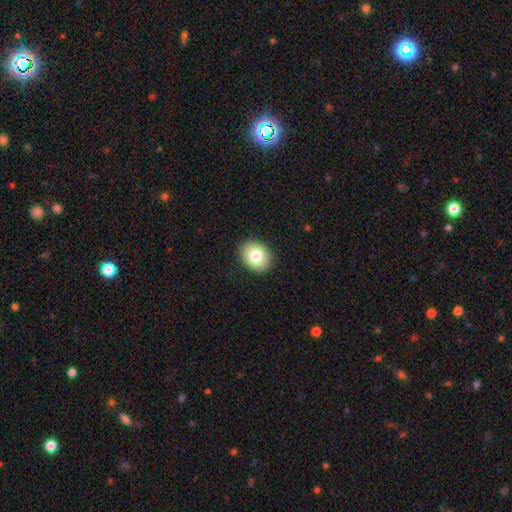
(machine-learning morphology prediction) type=smooth (80%); roundness=in between (51%); merging=none (89%).